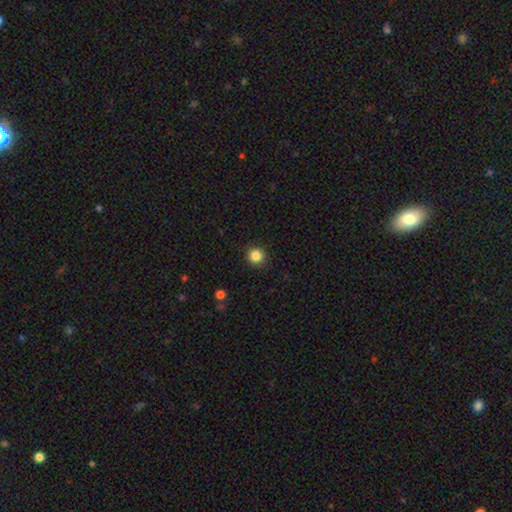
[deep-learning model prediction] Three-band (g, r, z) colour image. It shows a smooth galaxy with no disk features (86%) that is round (95%). Merging: none (92%).